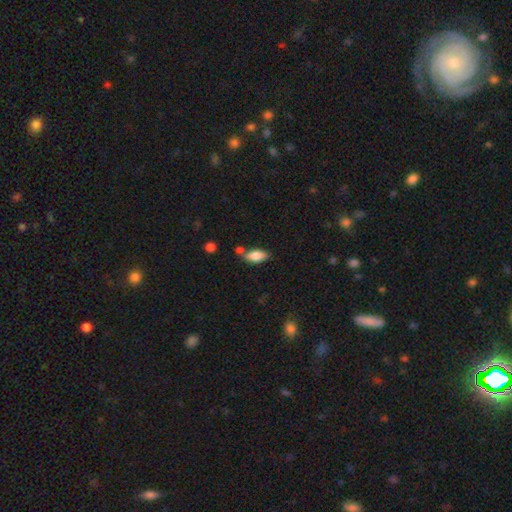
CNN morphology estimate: type=smooth (81%); roundness=in between (84%); merging=none (67%).